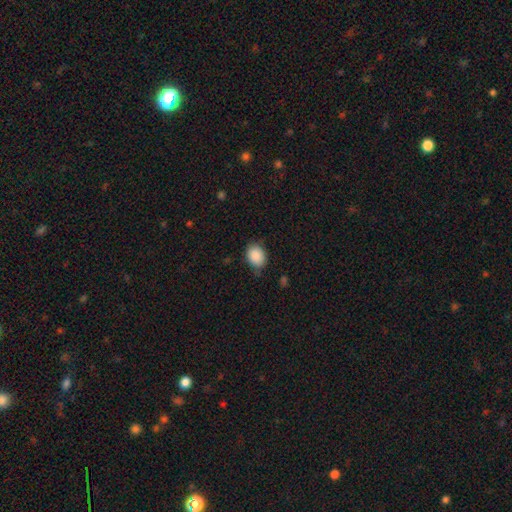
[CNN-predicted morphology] Smooth or featured? Predicted: smooth (p=0.89). How rounded? Predicted: in between (p=0.56). Merging? Predicted: none (p=0.73).